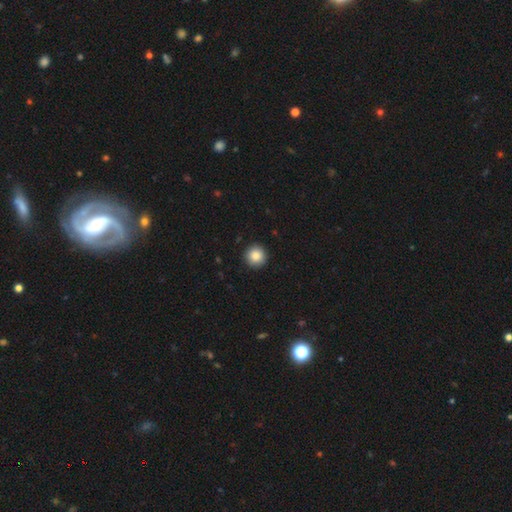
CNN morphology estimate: This is clearly a smooth galaxy (86%). How rounded: clearly round (96%). Merging: clearly none (93%).